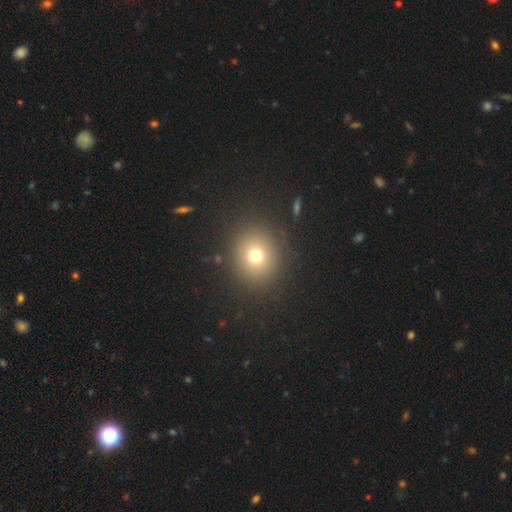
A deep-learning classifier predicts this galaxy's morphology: This is likely a smooth galaxy (72%). How rounded: clearly round (82%). Merging: clearly none (87%).